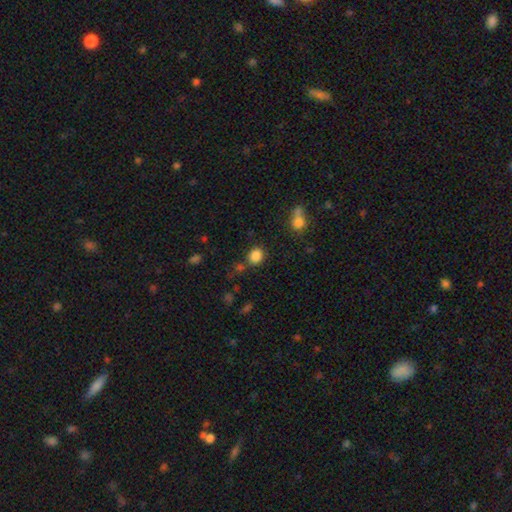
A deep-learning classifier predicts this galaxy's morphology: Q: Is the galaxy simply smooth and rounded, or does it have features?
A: smooth — 85%.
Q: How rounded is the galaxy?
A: round — 72%.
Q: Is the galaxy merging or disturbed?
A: none — 76%.